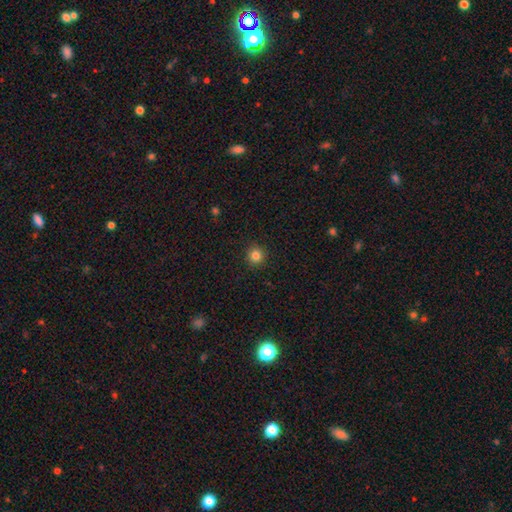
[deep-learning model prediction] This is clearly a smooth galaxy (84%). How rounded: clearly round (94%). Merging: clearly none (92%).